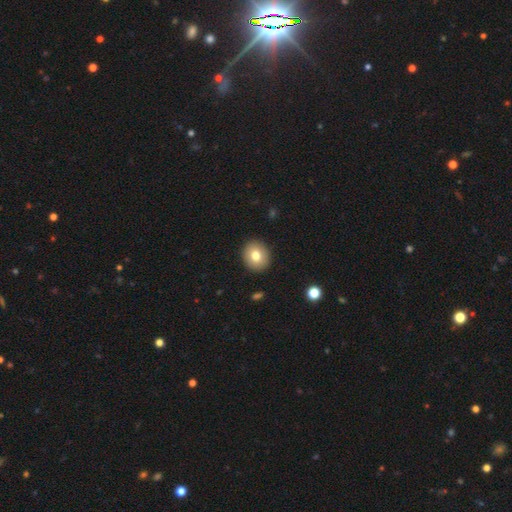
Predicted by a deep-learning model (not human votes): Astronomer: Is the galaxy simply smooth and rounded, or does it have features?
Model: smooth — 78%.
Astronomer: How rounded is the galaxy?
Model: round — 76%.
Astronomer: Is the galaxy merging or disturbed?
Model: none — 91%.